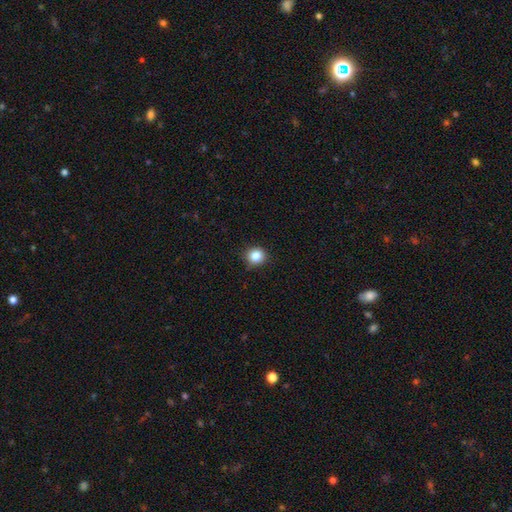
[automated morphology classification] The model was most divided on "smooth or featured": smooth: 85%, star or artifact: 11%, featured or disk: 5%. More confident: how rounded — round (88%); merging — none (87%).